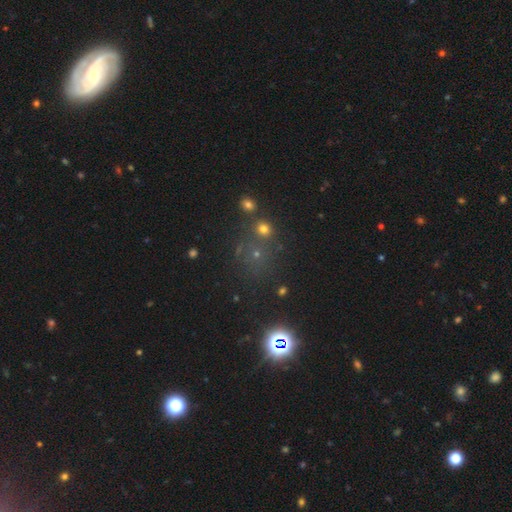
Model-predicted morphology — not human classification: Q: Smooth or featured?
A: star or artifact (50%); runner-up: smooth (41%)